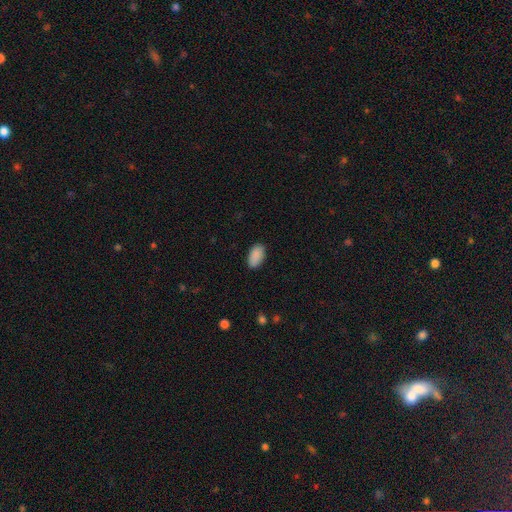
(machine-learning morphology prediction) smooth-or-featured: smooth: 90% | star or artifact: 7% | featured or disk: 3%
  how-rounded: in between: 95% | round: 4% | cigar-shaped: 2%
  merging: none: 87% | minor disturbance: 10% | major disturbance: 2% | merger: 1%